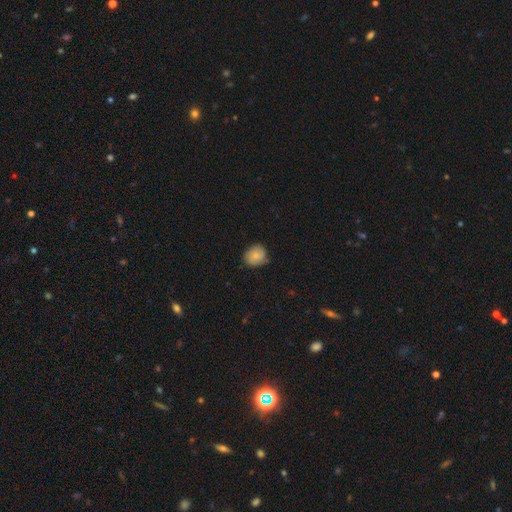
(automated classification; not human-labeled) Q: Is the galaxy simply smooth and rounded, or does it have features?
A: smooth — 81%.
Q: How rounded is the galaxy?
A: round — 74%.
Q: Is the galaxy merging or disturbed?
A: none — 75%.